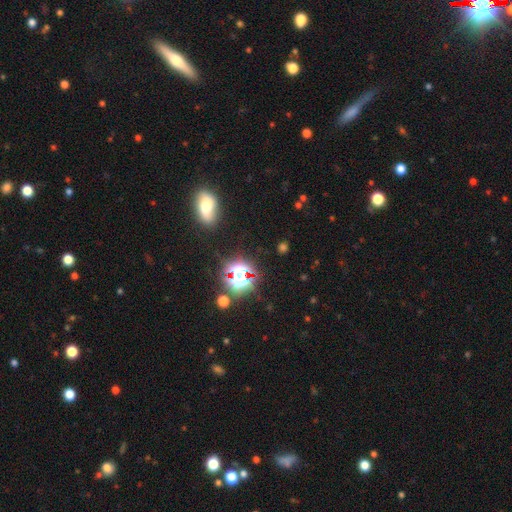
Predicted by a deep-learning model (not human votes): A star or artifact, not a galaxy (63%).